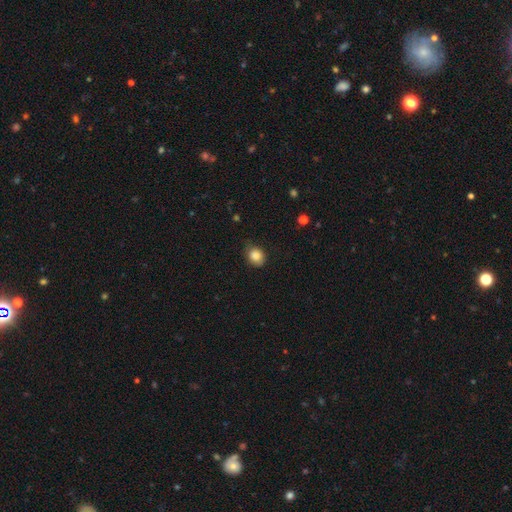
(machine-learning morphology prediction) Overall: smooth (86%). How rounded: round (61%; in between 38%). Merging: none (73%).